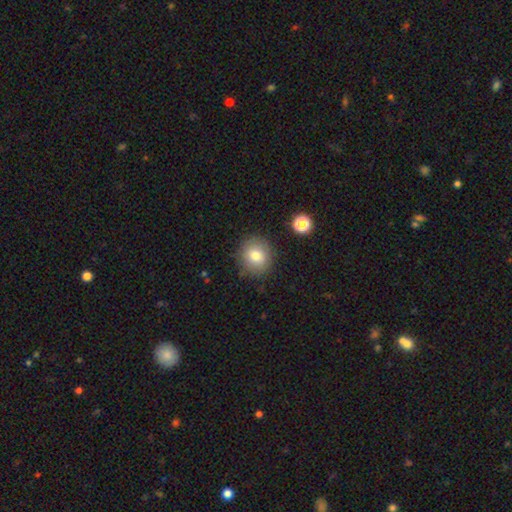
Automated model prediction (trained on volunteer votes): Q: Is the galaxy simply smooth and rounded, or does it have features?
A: smooth — 78%.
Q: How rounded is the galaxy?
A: round — 86%.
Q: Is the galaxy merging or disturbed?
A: none — 86%.